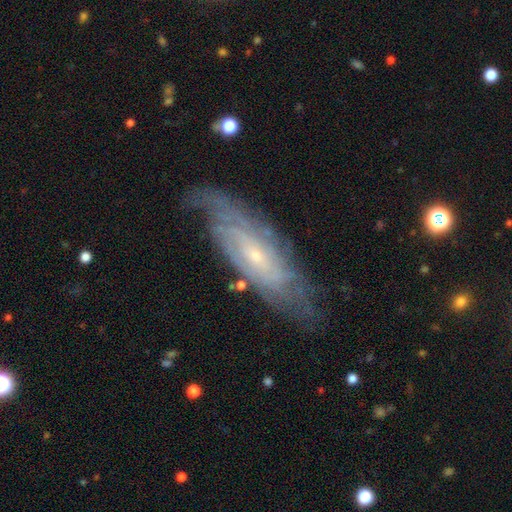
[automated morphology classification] The model was most divided on "bar": no: 62%, weak: 30%, strong: 8%. More confident: spiral arms — yes (93%); edge-on disk — no (83%); smooth or featured — featured or disk (82%); bulge size — small (79%); merging — none (72%); spiral winding — tight (65%); spiral arm count — can't tell (53%).